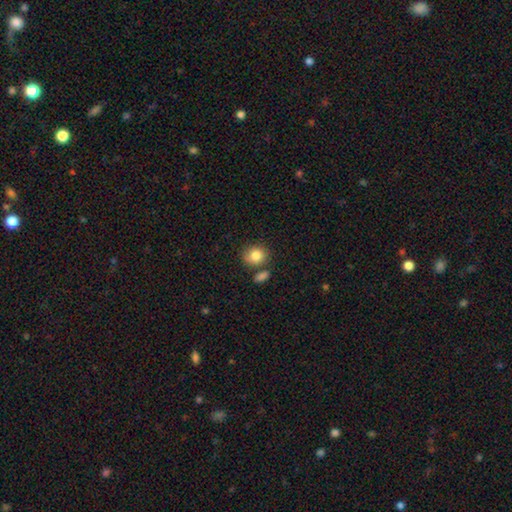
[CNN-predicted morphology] This is clearly a smooth galaxy (84%). How rounded: likely round (69%). Merging: likely none (67%).